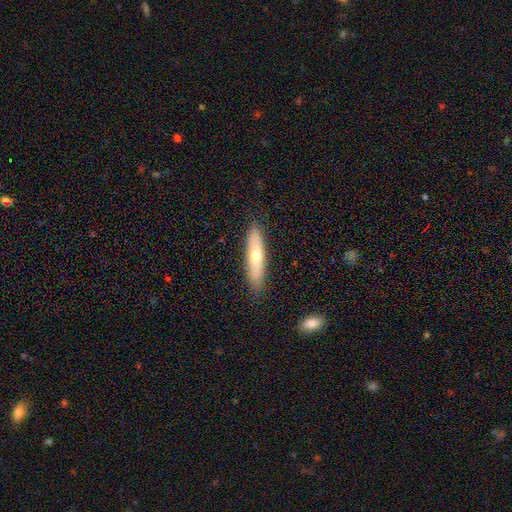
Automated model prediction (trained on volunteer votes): The model was most divided on "smooth or featured": smooth: 59%, featured or disk: 35%, star or artifact: 6%. More confident: merging — none (88%); how rounded — cigar-shaped (77%).